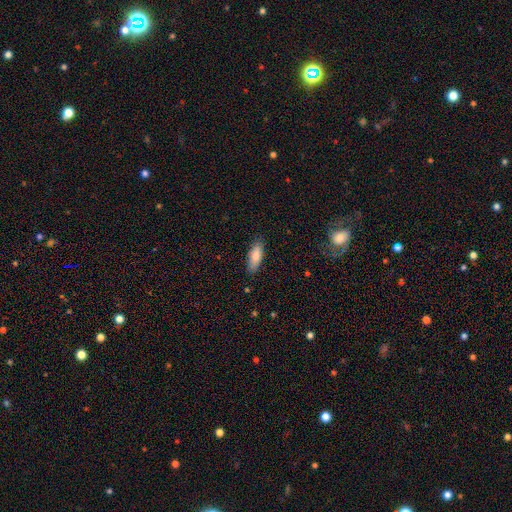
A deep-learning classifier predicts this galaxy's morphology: smooth 81%, featured or disk 13%, star or artifact 7%. Down the decision tree: how rounded — in between (70%); merging — none (85%).